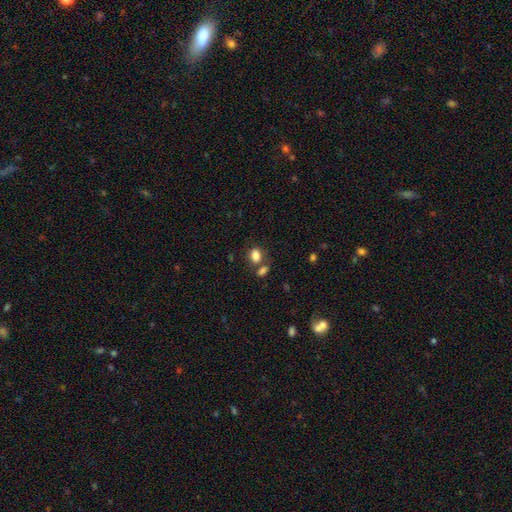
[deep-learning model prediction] Smooth or featured?
  - smooth: 84% *
  - star or artifact: 10%
  - featured or disk: 6%
How rounded?
  - in between: 70% *
  - round: 29%
  - cigar-shaped: 1%
Merging?
  - none: 56% *
  - merger: 26%
  - minor disturbance: 13%
  - major disturbance: 5%